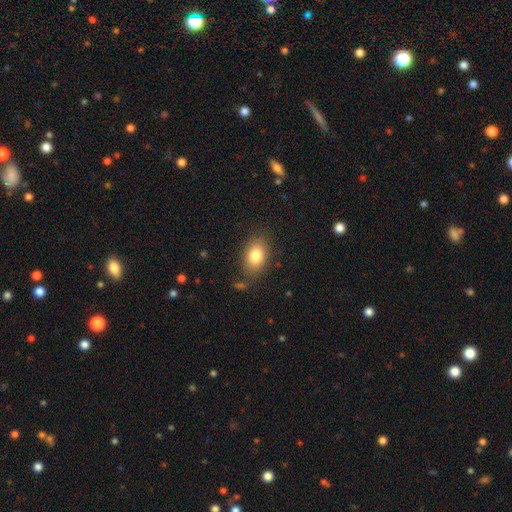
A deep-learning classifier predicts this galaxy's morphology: smooth 81%, featured or disk 10%, star or artifact 9%. Down the decision tree: how rounded — in between (80%); merging — none (80%).